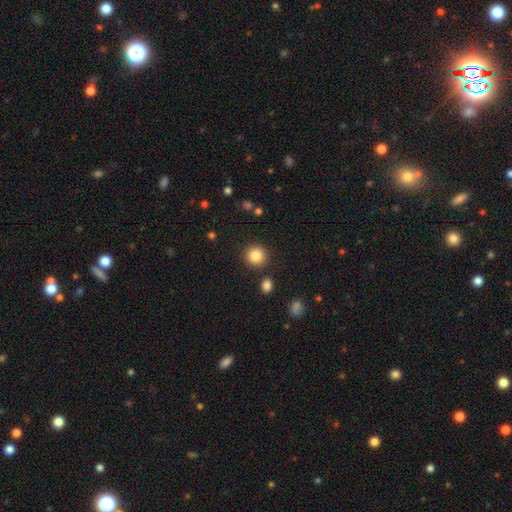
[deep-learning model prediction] smooth 86%, star or artifact 9%, featured or disk 5%. Down the decision tree: how rounded — round (92%); merging — none (88%).